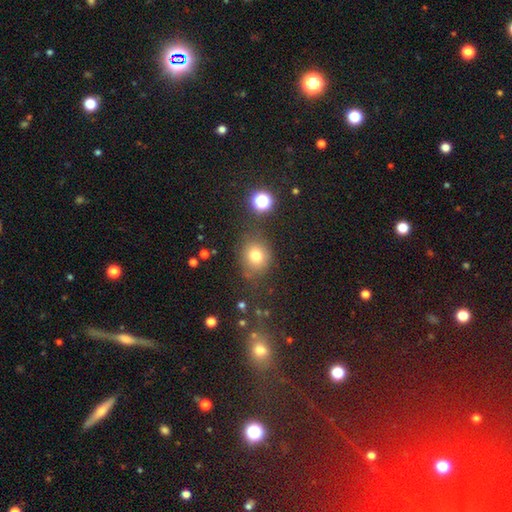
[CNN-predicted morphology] The model was most divided on "how rounded": round: 74%, in between: 25%, cigar-shaped: 1%. More confident: smooth or featured — smooth (75%); merging — none (72%).